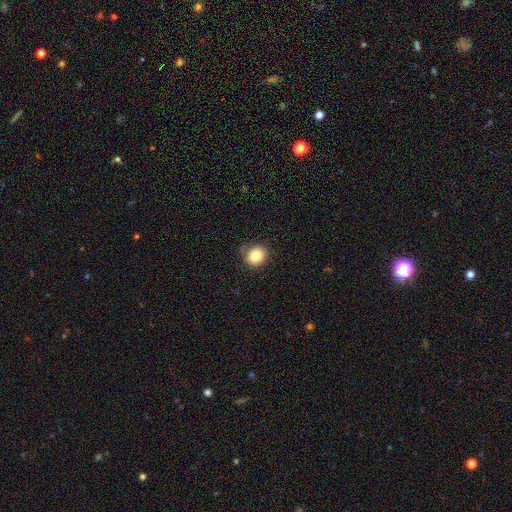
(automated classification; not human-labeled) Smooth or featured: smooth — 83% (star or artifact — 11%)
How rounded: round — 80% (in between — 20%)
Merging: none — 81% (minor disturbance — 13%)